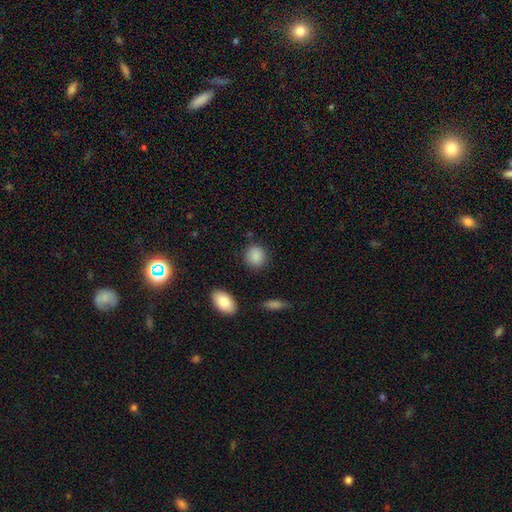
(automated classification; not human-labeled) A smooth galaxy with no disk features (89%) that is round (71%). Merging: none (85%).